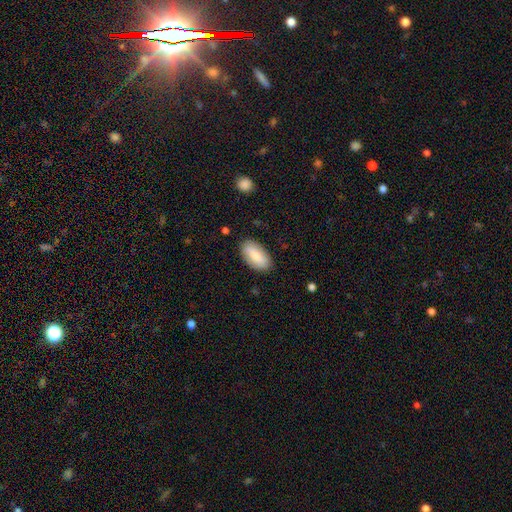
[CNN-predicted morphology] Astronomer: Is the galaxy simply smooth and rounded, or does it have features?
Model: smooth — 79%.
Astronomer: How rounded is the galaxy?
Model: in between — 92%.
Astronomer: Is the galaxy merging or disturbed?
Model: none — 85%.